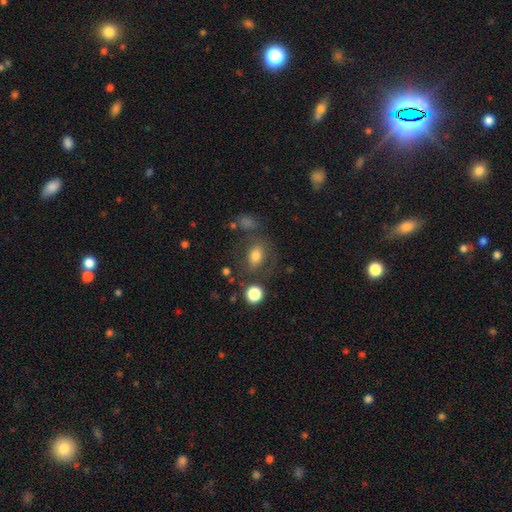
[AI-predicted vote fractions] Smooth or featured?
  - smooth: 69% *
  - featured or disk: 19%
  - star or artifact: 12%
How rounded?
  - in between: 64% *
  - round: 34%
  - cigar-shaped: 2%
Merging?
  - none: 63% *
  - minor disturbance: 17%
  - major disturbance: 12%
  - merger: 8%